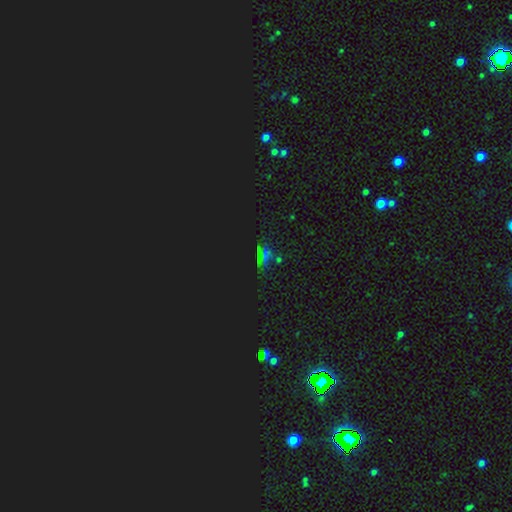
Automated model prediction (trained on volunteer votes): smooth_or_featured: star or artifact (p=0.76) [alt: smooth p=0.17]